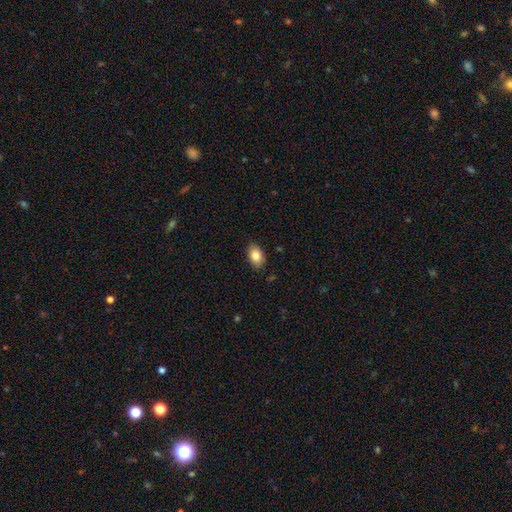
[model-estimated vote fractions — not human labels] Q: Smooth or featured?
A: smooth (85%); runner-up: star or artifact (8%)
Q: How rounded?
A: in between (87%); runner-up: round (12%)
Q: Merging?
A: none (87%); runner-up: minor disturbance (10%)